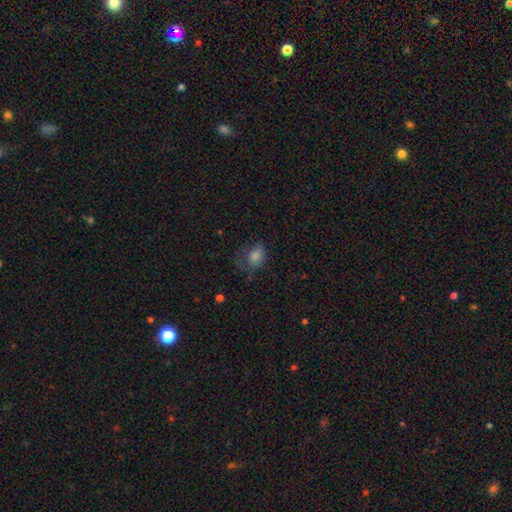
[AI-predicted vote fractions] This is likely a smooth galaxy (75%). How rounded: possibly in between (55%). Merging: marginally none (45%).